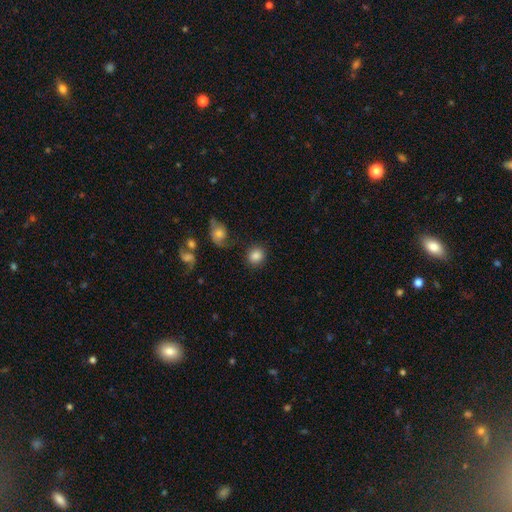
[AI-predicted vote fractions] Smooth or featured: smooth — 84% (star or artifact — 9%)
How rounded: round — 81% (in between — 18%)
Merging: none — 82% (minor disturbance — 9%)